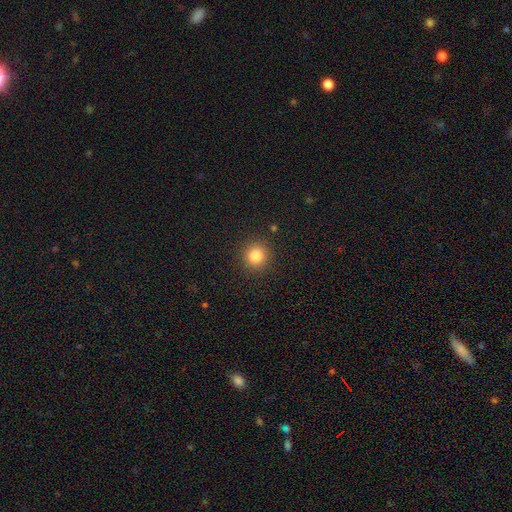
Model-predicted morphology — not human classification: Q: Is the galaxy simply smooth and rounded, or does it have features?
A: smooth — 83%.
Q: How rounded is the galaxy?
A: round — 93%.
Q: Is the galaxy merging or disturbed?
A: none — 91%.